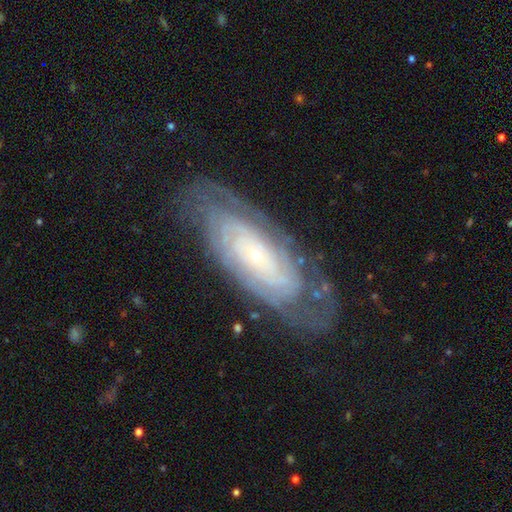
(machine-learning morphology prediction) type=featured or disk (82%); edge-on=no (90%); bar=no (77%); spiral arms=yes (92%); winding=tight (80%); arm count=can't tell (49%); bulge=small (85%); merging=none (74%).